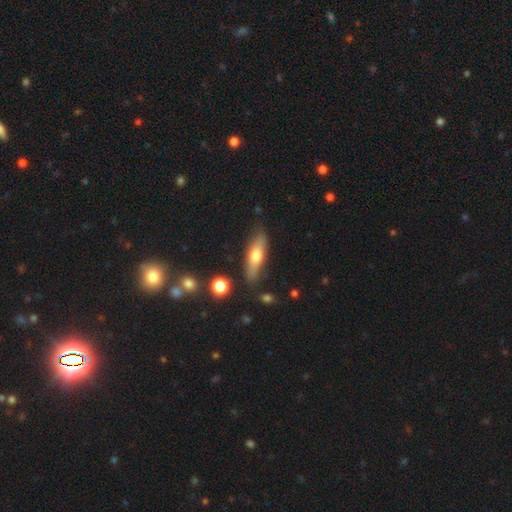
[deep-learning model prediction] A smooth galaxy with no disk features (59%) that is cigar-shaped (53%).

Vote fractions:
- Smooth or featured? smooth: 59% / featured or disk: 35% / star or artifact: 6%
- How rounded? cigar-shaped: 53% / in between: 44% / round: 3%
- Merging? none: 78% / minor disturbance: 16% / major disturbance: 3% / merger: 3%